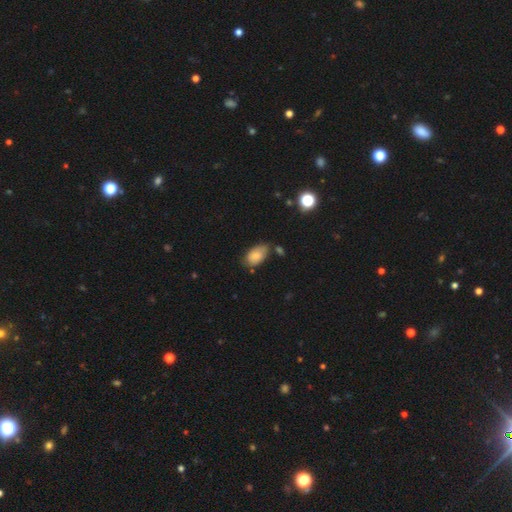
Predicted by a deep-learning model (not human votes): Smooth or featured? smooth (77%)
How rounded? in between (92%)
Merging? none (59%)